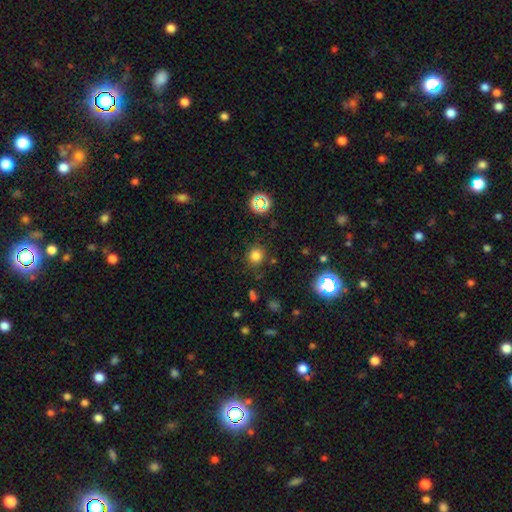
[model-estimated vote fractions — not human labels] smooth-or-featured: smooth: 77% | star or artifact: 18% | featured or disk: 5%
  how-rounded: round: 90% | in between: 9% | cigar-shaped: 1%
  merging: none: 85% | minor disturbance: 9% | major disturbance: 4% | merger: 3%